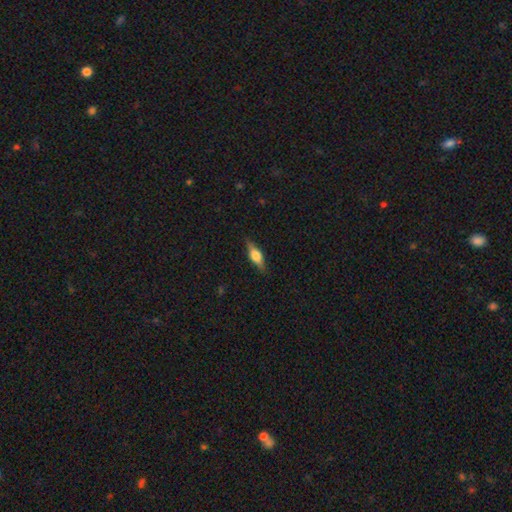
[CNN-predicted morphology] A featured or disk galaxy (50%) viewed edge-on (94%). Merging: none (85%).